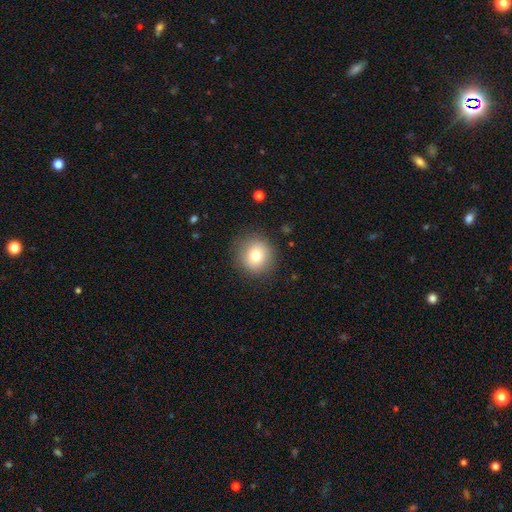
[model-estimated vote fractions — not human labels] Smooth or featured? smooth (77%)
How rounded? round (92%)
Merging? none (87%)